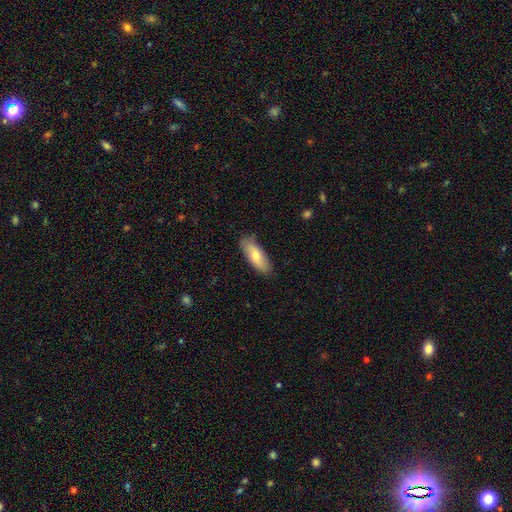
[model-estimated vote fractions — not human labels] smooth 72%, featured or disk 22%, star or artifact 5%. Down the decision tree: how rounded — in between (74%); merging — none (83%).